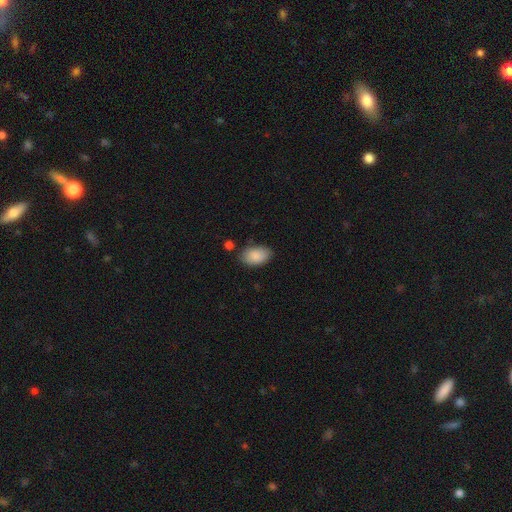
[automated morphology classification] smooth_or_featured: smooth (p=0.88) [alt: star or artifact p=0.06]
how_rounded: in between (p=0.93) [alt: round p=0.06]
merging: none (p=0.77) [alt: minor disturbance p=0.16]